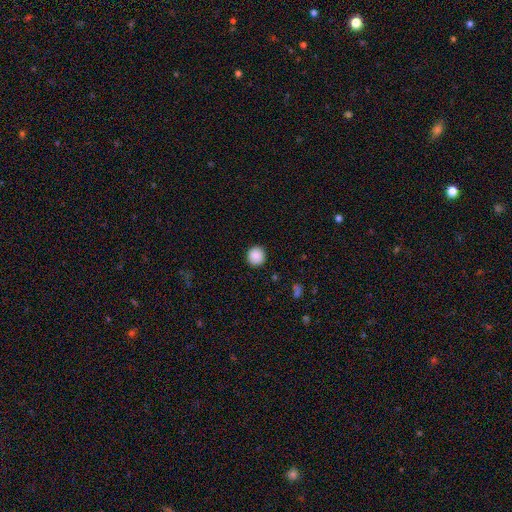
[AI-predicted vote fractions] This is clearly a smooth galaxy (88%). How rounded: clearly round (93%). Merging: clearly none (91%).